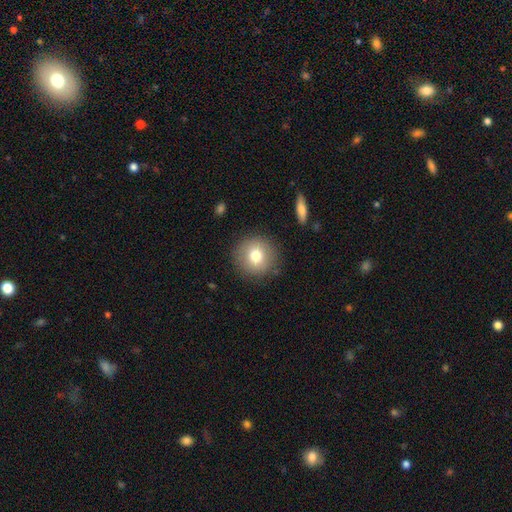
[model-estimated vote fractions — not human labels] smooth 76%, featured or disk 14%, star or artifact 10%. Down the decision tree: how rounded — round (93%); merging — none (87%).